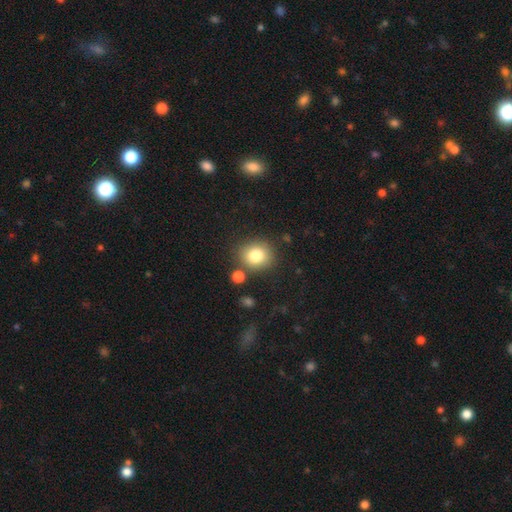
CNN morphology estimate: smooth_or_featured: smooth (p=0.80) [alt: star or artifact p=0.11]
how_rounded: round (p=0.79) [alt: in between p=0.20]
merging: none (p=0.79) [alt: minor disturbance p=0.10]